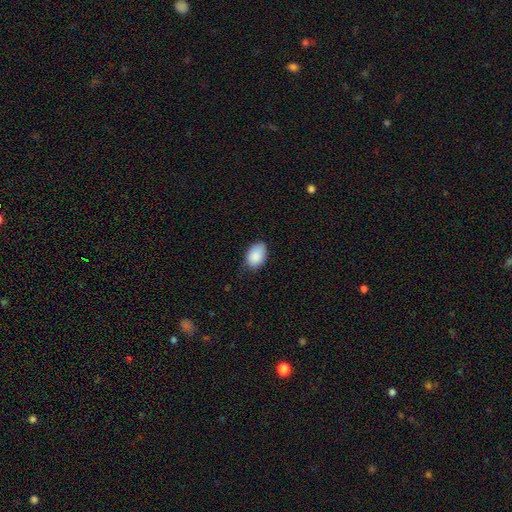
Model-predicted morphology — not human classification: Q: Smooth or featured?
A: smooth (89%); runner-up: star or artifact (7%)
Q: How rounded?
A: in between (89%); runner-up: round (10%)
Q: Merging?
A: none (73%); runner-up: minor disturbance (23%)